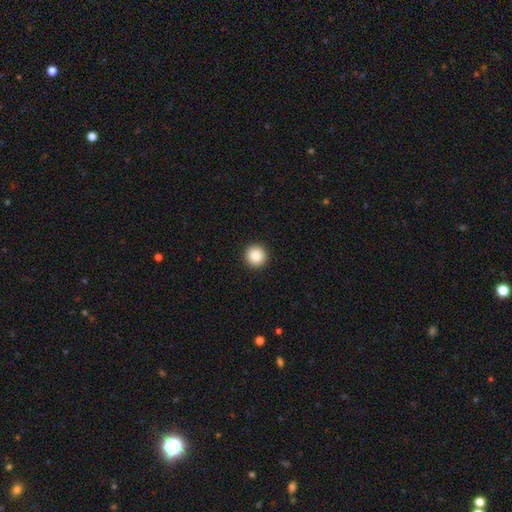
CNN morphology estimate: Overall: smooth (87%). How rounded: round (96%). Merging: none (94%).